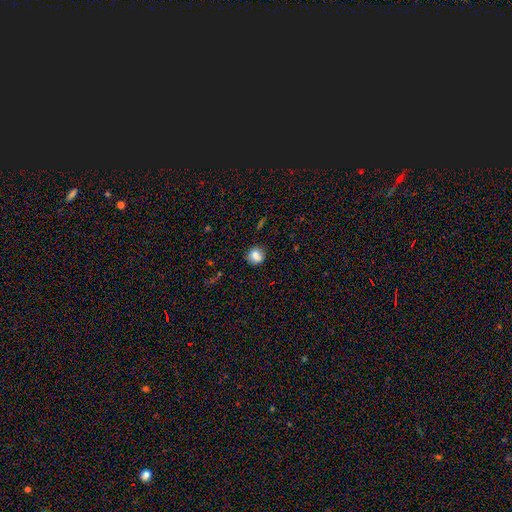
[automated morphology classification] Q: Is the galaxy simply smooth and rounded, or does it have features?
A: smooth — 81%.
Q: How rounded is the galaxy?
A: round — 80%.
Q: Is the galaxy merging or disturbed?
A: none — 80%.